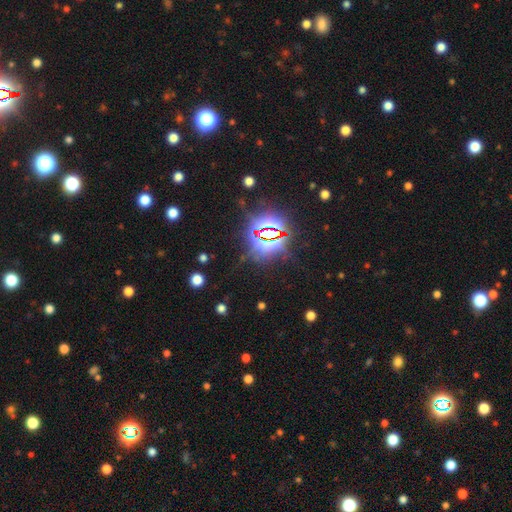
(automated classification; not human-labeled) Overall: star or artifact (84%).